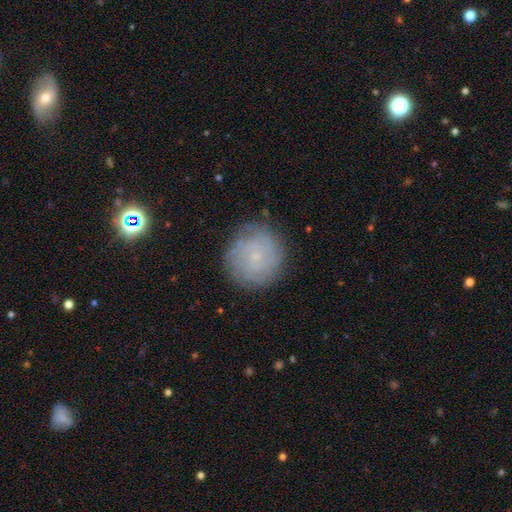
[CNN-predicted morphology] The model was most divided on "smooth or featured": featured or disk: 60%, smooth: 29%, star or artifact: 11%. Remaining: edge-on disk — no (98%); spiral arms — yes (88%); bulge size — small (85%); bar — no (82%); merging — none (81%); spiral winding — tight (77%); spiral arm count — can't tell (48%).